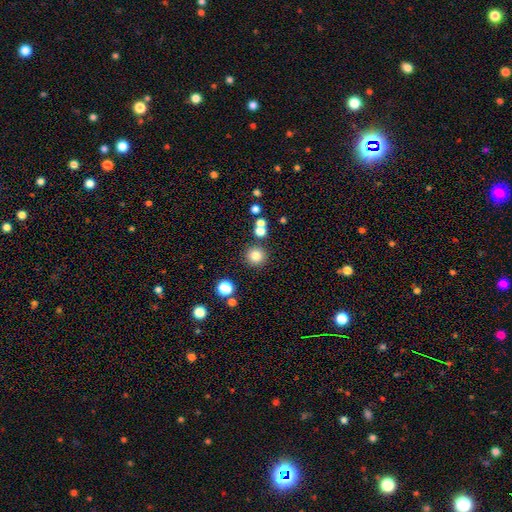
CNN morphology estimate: Overall: smooth (81%). How rounded: round (95%). Merging: none (85%).